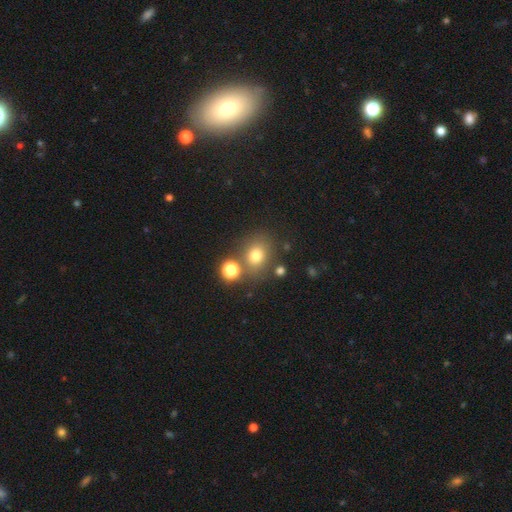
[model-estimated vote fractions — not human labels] This is likely a smooth galaxy (74%). How rounded: likely round (67%). Merging: likely none (72%).